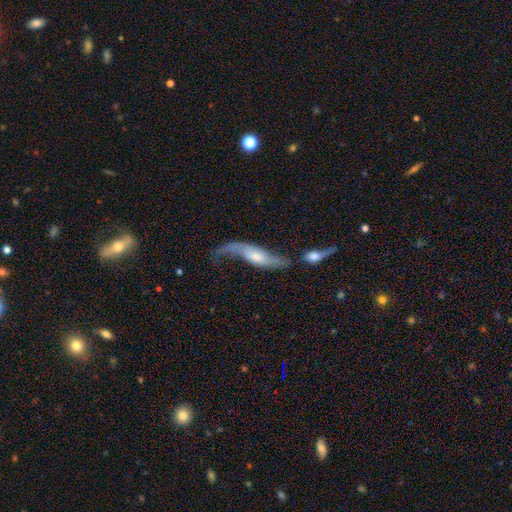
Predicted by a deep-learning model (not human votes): Morphology: type=featured or disk (69%); edge-on=no (73%); bar=no (59%); spiral arms=yes (83%); bulge=moderate (43%); merging=merger (29%).